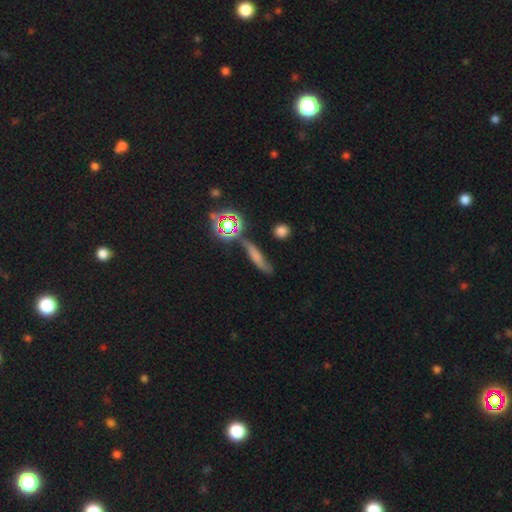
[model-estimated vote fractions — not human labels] Overall: smooth (47%; featured or disk 30%). Merging: none (63%).